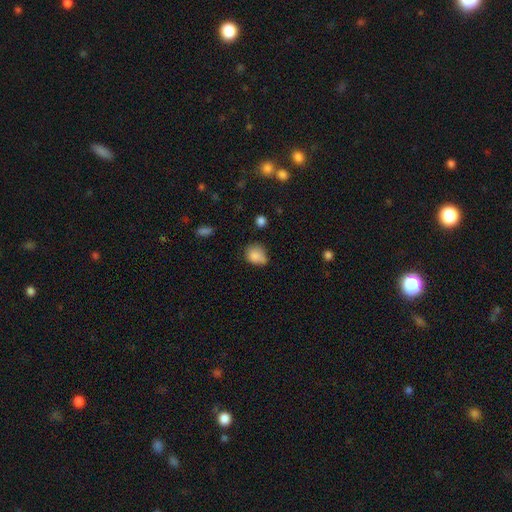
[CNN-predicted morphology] A smooth galaxy with no disk features (83%) that is in between round and cigar-shaped (52%). Merging: none (48%).